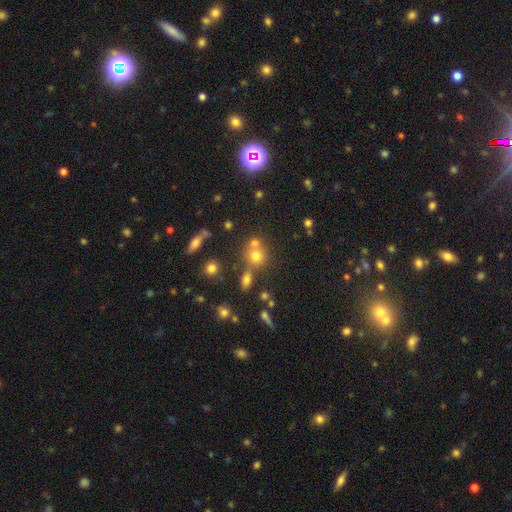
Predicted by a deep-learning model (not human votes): This is likely a smooth galaxy (69%). How rounded: clearly round (84%). Merging: possibly none (50%).